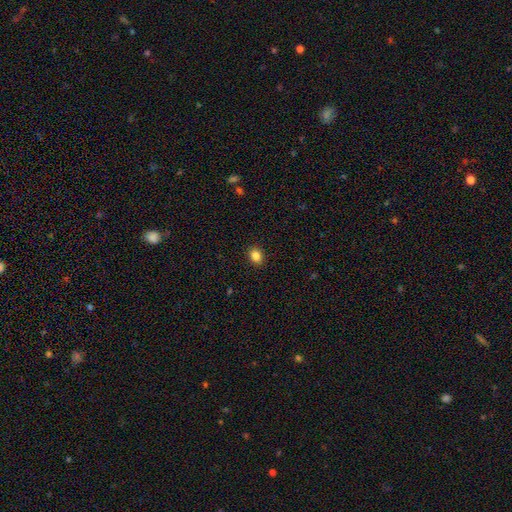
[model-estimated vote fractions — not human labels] A smooth galaxy with no disk features (85%) that is round (51%).

Vote fractions:
- Smooth or featured? smooth: 85% / star or artifact: 11% / featured or disk: 5%
- How rounded? round: 51% / in between: 48% / cigar-shaped: 1%
- Merging? none: 91% / minor disturbance: 6% / major disturbance: 2% / merger: 1%